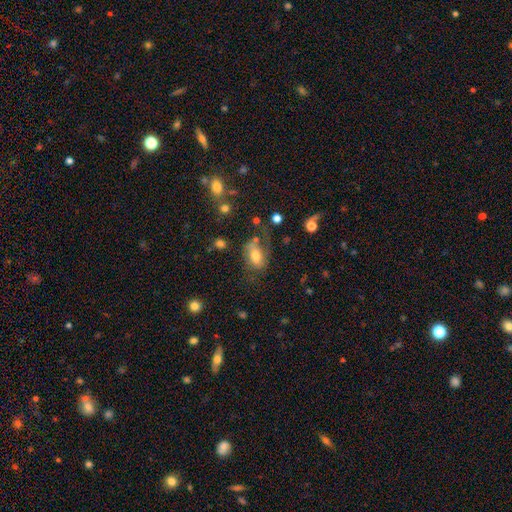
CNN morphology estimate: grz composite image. It shows a smooth galaxy with no disk features (51%) that is in between round and cigar-shaped (86%). Merging: none (43%).